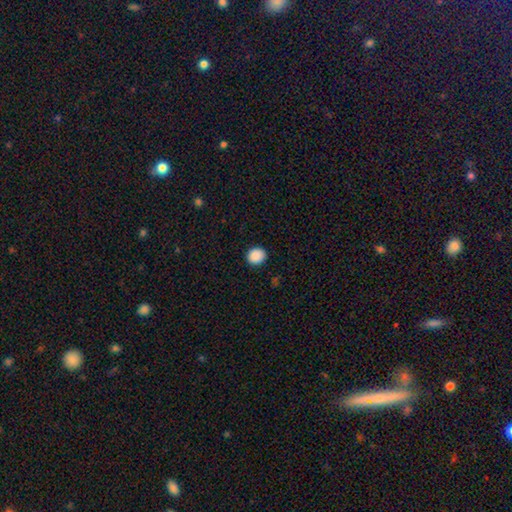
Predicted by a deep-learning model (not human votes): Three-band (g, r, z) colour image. It shows a smooth galaxy with no disk features (89%) that is round (75%). Merging: none (90%).